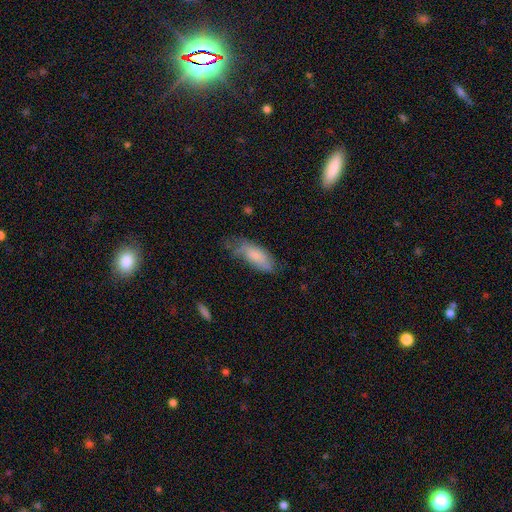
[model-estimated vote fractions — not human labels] smooth_or_featured: smooth (p=0.72) [alt: featured or disk p=0.21]
how_rounded: in between (p=0.78) [alt: cigar-shaped p=0.20]
merging: none (p=0.43) [alt: minor disturbance p=0.37]